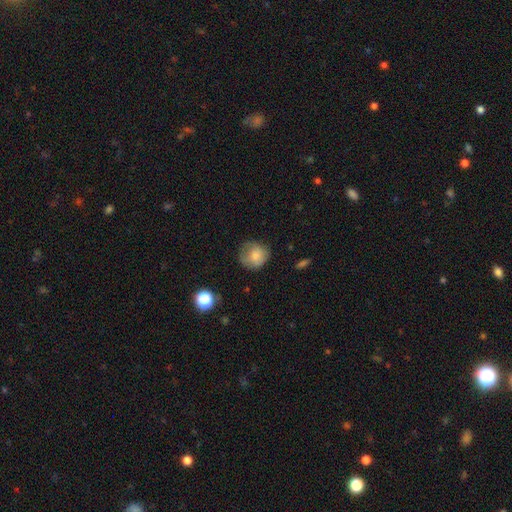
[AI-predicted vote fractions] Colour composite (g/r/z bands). It shows a smooth galaxy with no disk features (77%) that is round (83%). Merging: none (62%).